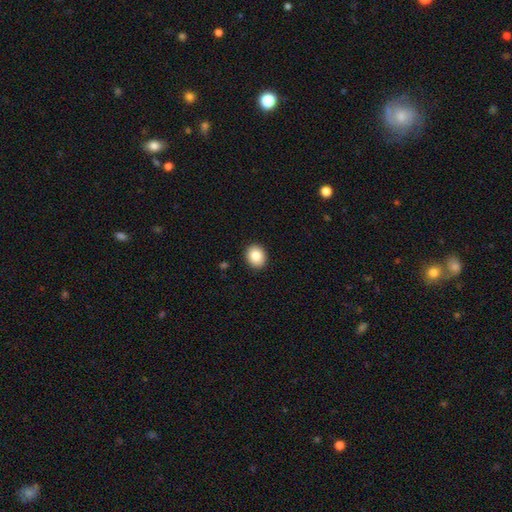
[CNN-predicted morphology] A smooth galaxy with no disk features (85%) that is round (64%). Merging: none (91%).